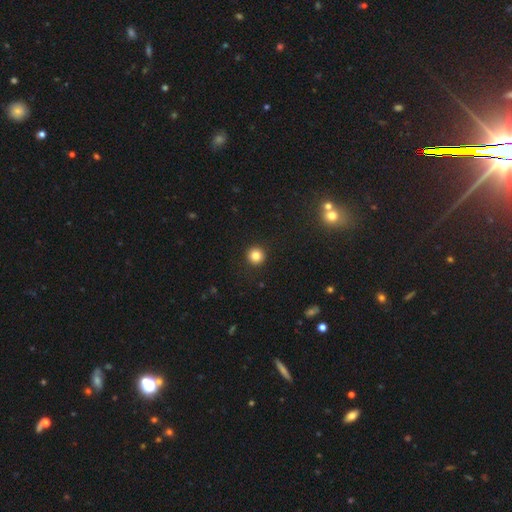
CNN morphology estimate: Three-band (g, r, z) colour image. It shows a smooth galaxy with no disk features (83%) that is round (95%). Merging: none (92%).